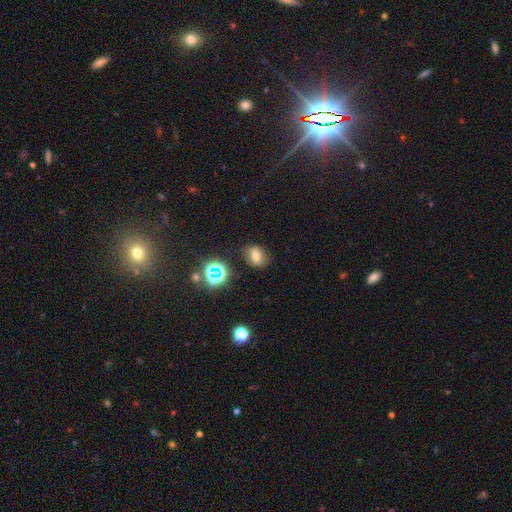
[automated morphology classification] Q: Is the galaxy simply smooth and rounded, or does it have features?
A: smooth — 64%.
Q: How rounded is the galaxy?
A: in between — 56%.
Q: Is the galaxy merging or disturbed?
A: none — 82%.